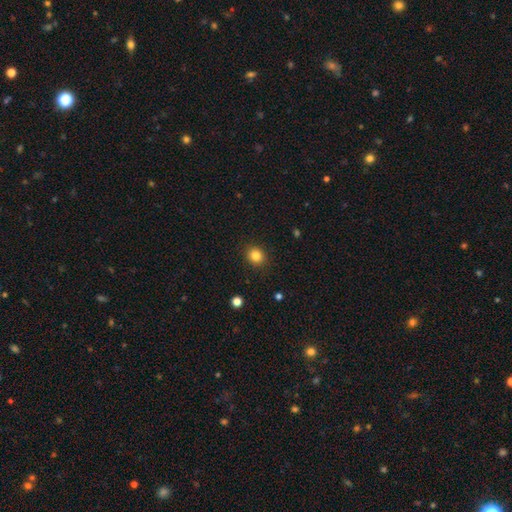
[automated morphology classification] type=smooth (84%); roundness=round (76%); merging=none (89%).